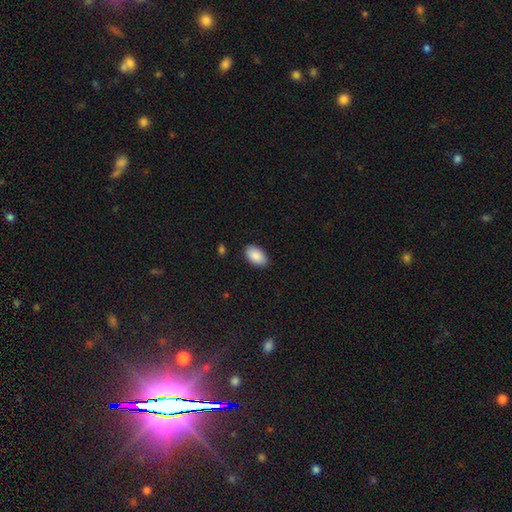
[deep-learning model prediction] smooth 90%, star or artifact 6%, featured or disk 4%. Down the decision tree: how rounded — in between (95%); merging — none (88%).